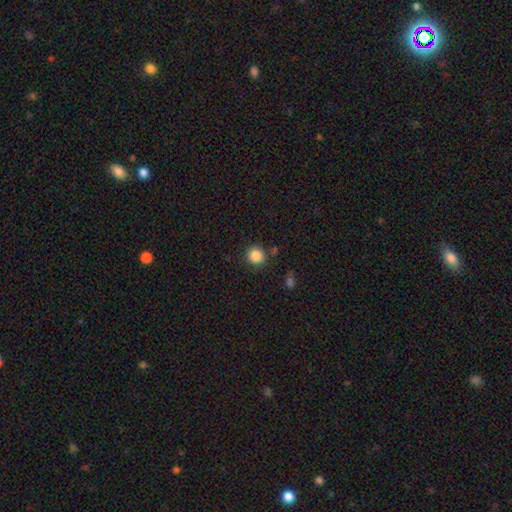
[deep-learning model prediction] A smooth galaxy with no disk features (87%) that is round (91%).

Vote fractions:
- Smooth or featured? smooth: 87% / star or artifact: 10% / featured or disk: 3%
- How rounded? round: 91% / in between: 8% / cigar-shaped: 1%
- Merging? none: 85% / minor disturbance: 9% / merger: 4% / major disturbance: 3%